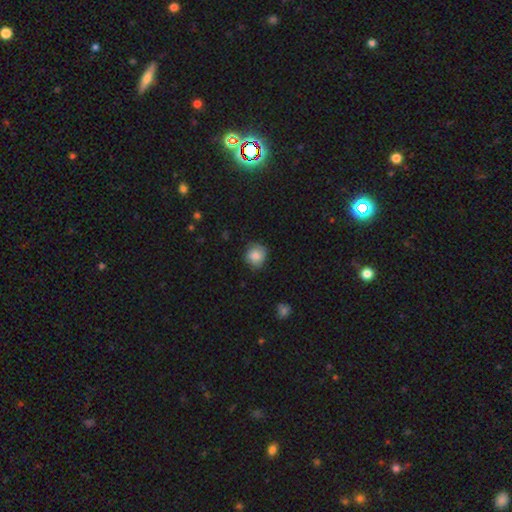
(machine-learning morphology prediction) Smooth or featured?
  - smooth: 84% *
  - star or artifact: 9%
  - featured or disk: 7%
How rounded?
  - round: 85% *
  - in between: 15%
  - cigar-shaped: 1%
Merging?
  - none: 76% *
  - minor disturbance: 20%
  - major disturbance: 4%
  - merger: 1%